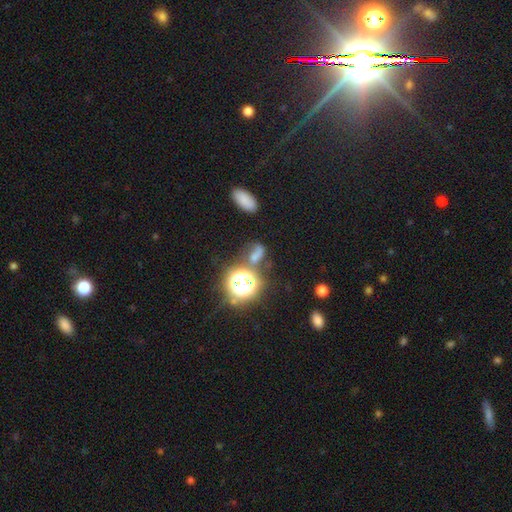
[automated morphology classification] Smooth or featured?
  - smooth: 42% *
  - star or artifact: 39%
  - featured or disk: 18%
Merging?
  - none: 49% *
  - merger: 19%
  - minor disturbance: 17%
  - major disturbance: 15%